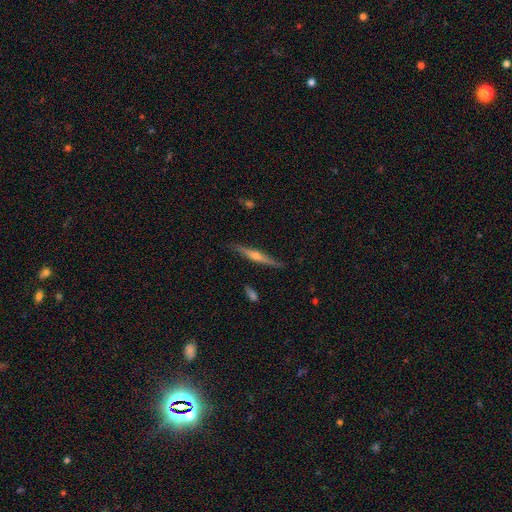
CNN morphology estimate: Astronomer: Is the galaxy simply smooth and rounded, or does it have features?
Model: featured or disk — 71%.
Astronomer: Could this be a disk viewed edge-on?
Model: yes — 98%.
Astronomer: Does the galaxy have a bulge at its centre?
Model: rounded — 84%.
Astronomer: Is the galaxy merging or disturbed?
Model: none — 88%.